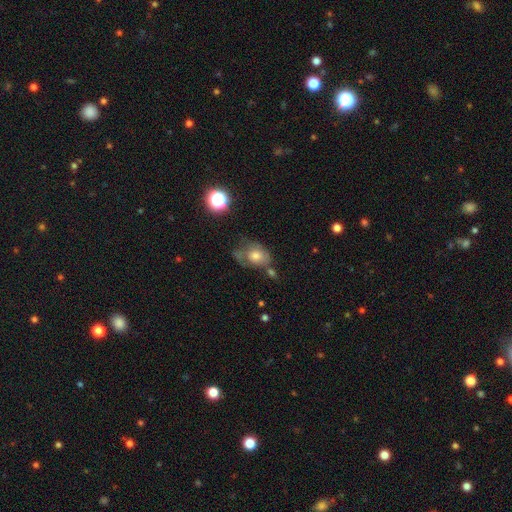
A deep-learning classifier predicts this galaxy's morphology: Overall: smooth (59%; featured or disk 29%). How rounded: in between (59%; round 39%). Merging: none (36%; minor disturbance 28%).